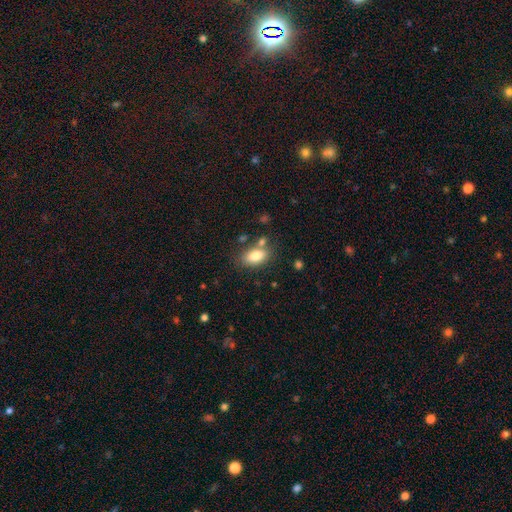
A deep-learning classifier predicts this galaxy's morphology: smooth 81%, featured or disk 11%, star or artifact 8%. Down the decision tree: how rounded — in between (89%); merging — none (71%).